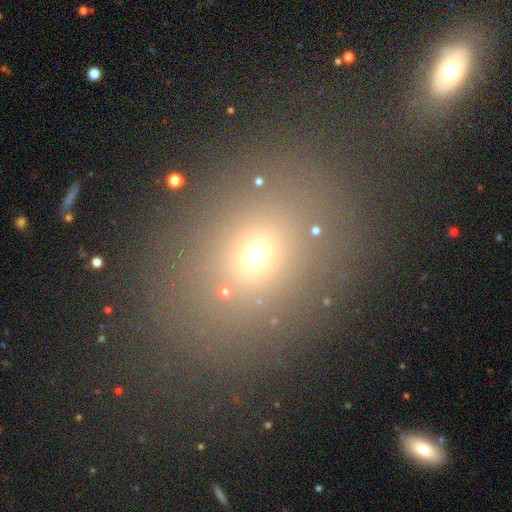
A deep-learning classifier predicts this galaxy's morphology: Overall: smooth (63%; star or artifact 26%). How rounded: round (55%; in between 44%). Merging: none (74%).